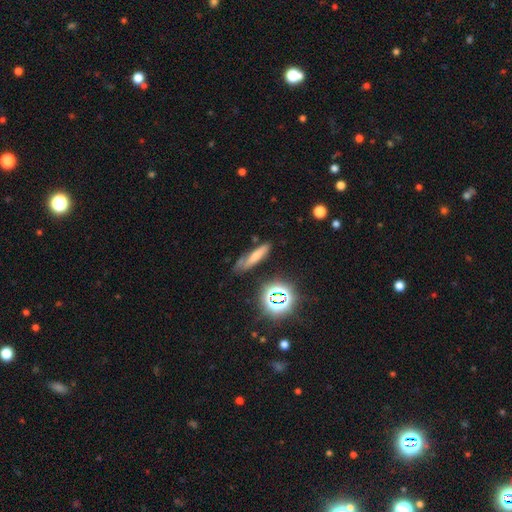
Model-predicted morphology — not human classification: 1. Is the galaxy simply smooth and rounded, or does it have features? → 61% smooth, 20% star or artifact, 19% featured or disk.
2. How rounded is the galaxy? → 73% cigar-shaped, 20% in between, 7% round.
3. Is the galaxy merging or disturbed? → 65% none, 21% minor disturbance, 8% major disturbance, 5% merger.